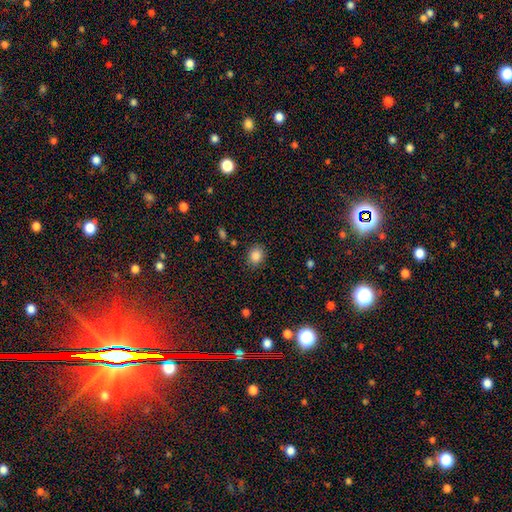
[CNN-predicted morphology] Smooth or featured? smooth (85%)
How rounded? round (67%)
Merging? none (86%)